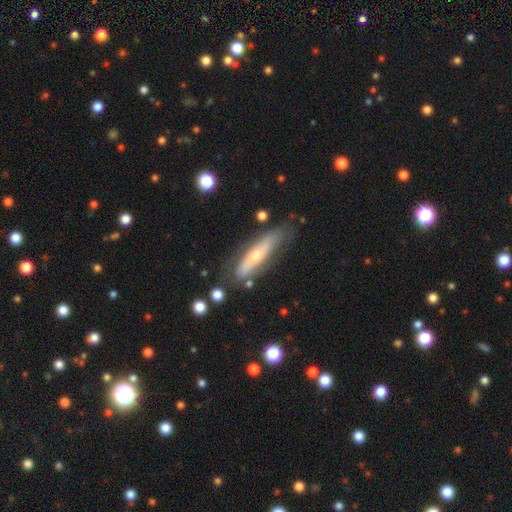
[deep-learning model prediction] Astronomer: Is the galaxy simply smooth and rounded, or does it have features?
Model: featured or disk — 57% (runner-up: smooth, 37%).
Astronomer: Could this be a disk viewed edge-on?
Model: yes — 59% (runner-up: no, 41%).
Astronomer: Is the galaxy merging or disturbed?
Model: none — 69%.